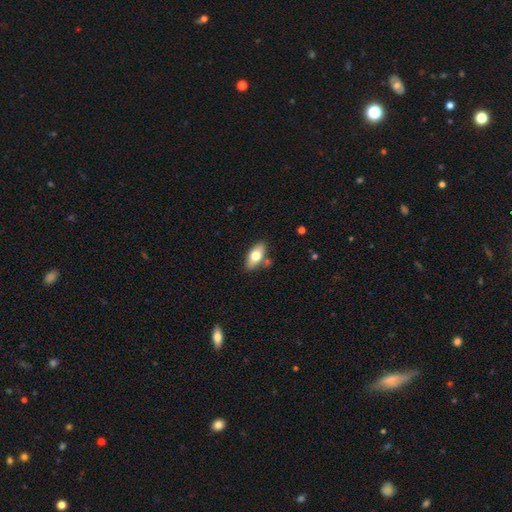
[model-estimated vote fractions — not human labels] This appears to be a smooth galaxy with no disk features (69%) that is in between round and cigar-shaped (87%). Merging: none (76%).